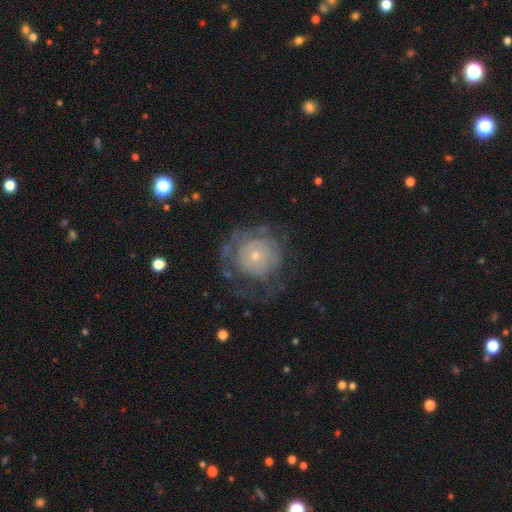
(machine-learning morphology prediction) Smooth or featured: featured or disk — 64% (smooth — 28%)
Edge-on disk: no — 97% (yes — 3%)
Bar: no — 85% (weak — 12%)
Spiral arms: yes — 63% (no — 37%)
Bulge size: small — 70% (moderate — 25%)
Merging: none — 55% (major disturbance — 24%)